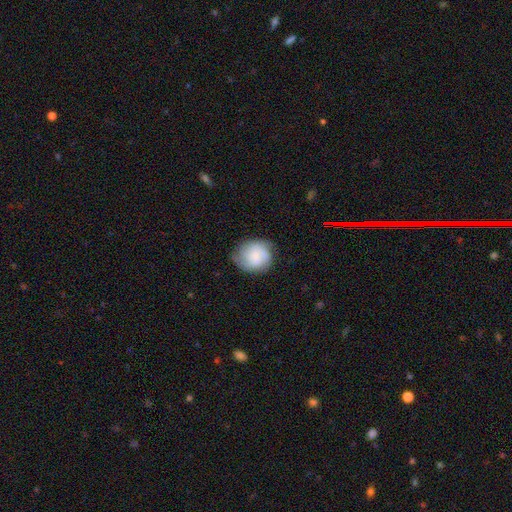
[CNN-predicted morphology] smooth_or_featured: smooth (p=0.65) [alt: featured or disk p=0.27]
how_rounded: round (p=0.78) [alt: in between p=0.21]
merging: none (p=0.64) [alt: minor disturbance p=0.26]